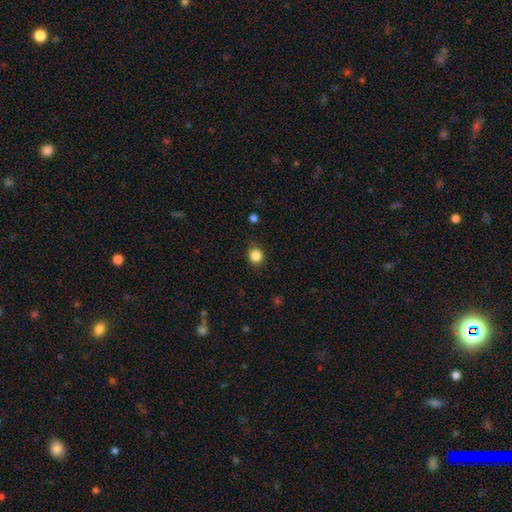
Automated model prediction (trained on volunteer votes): The model was most divided on "how rounded": round: 80%, in between: 19%, cigar-shaped: 1%. More confident: merging — none (86%); smooth or featured — smooth (85%).